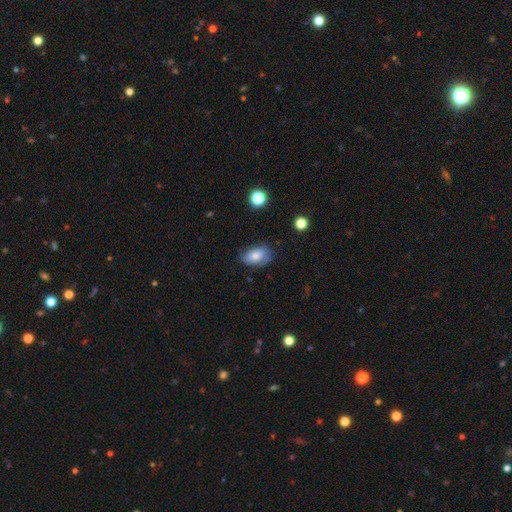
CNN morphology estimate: Overall: smooth (72%). How rounded: in between (90%). Merging: none (68%).